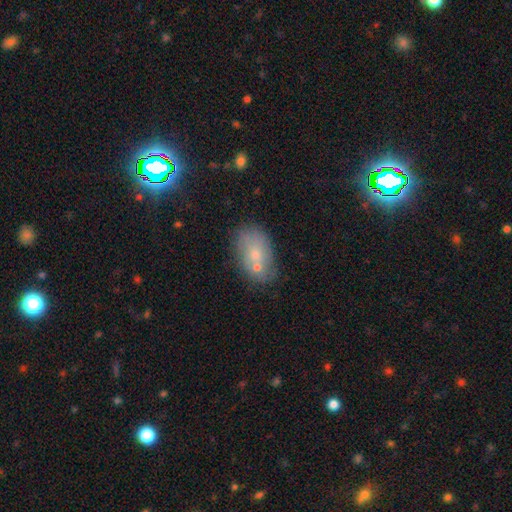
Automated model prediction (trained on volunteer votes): Morphology: type=smooth (66%); roundness=in between (87%); merging=none (49%).